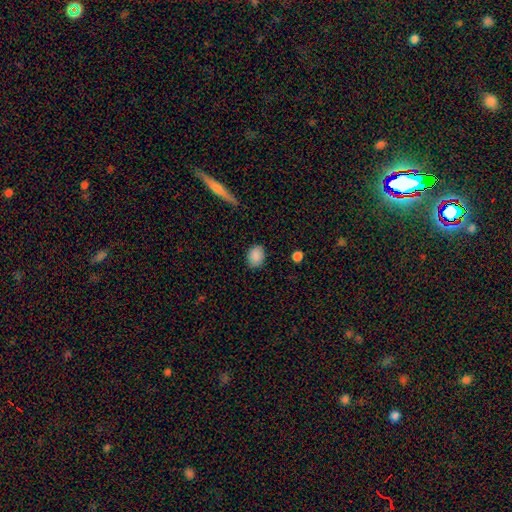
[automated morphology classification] Q: Smooth or featured?
A: smooth (88%); runner-up: star or artifact (8%)
Q: How rounded?
A: in between (51%); runner-up: round (47%)
Q: Merging?
A: none (83%); runner-up: minor disturbance (13%)